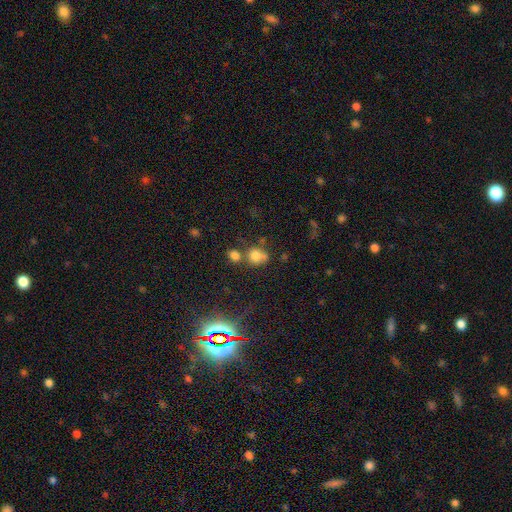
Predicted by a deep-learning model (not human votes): Smooth or featured: smooth — 74% (star or artifact — 15%)
How rounded: round — 70% (in between — 28%)
Merging: none — 45% (merger — 36%)